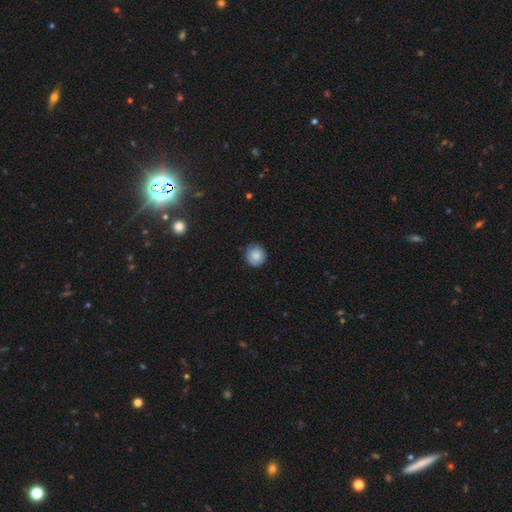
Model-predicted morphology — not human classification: smooth-or-featured: smooth: 86% | star or artifact: 8% | featured or disk: 5%
  how-rounded: round: 94% | in between: 5% | cigar-shaped: 1%
  merging: none: 89% | minor disturbance: 9% | major disturbance: 2% | merger: 1%